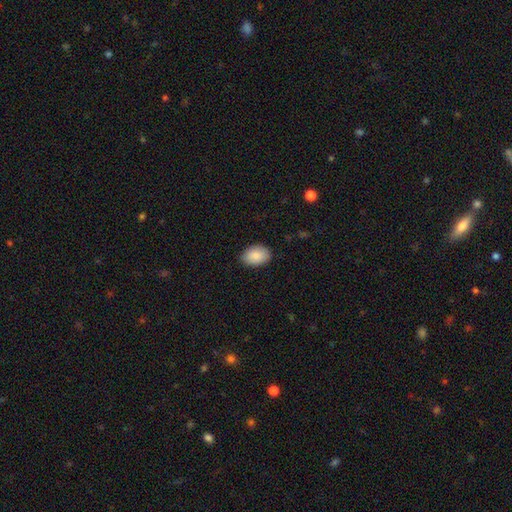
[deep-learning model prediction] smooth 89%, star or artifact 6%, featured or disk 5%. Down the decision tree: how rounded — in between (87%); merging — none (84%).